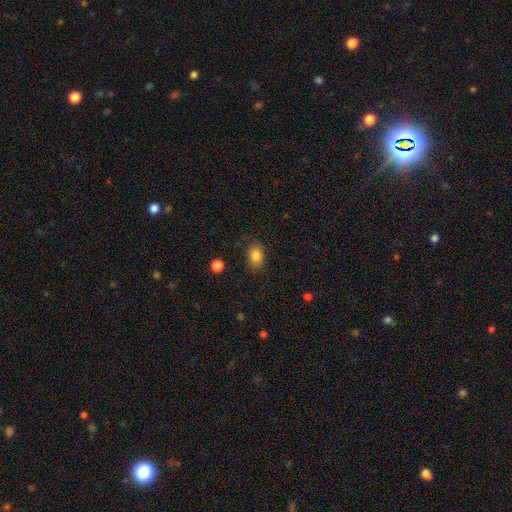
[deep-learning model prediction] This appears to be a smooth galaxy with no disk features (85%) that is in between round and cigar-shaped (78%). Merging: none (83%).